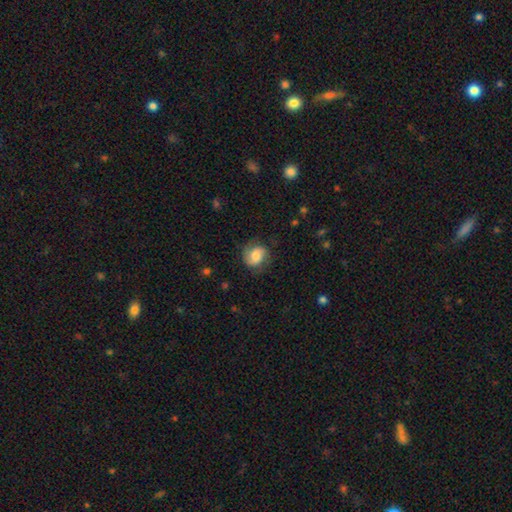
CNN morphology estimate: smooth-or-featured: smooth: 52% | featured or disk: 39% | star or artifact: 8%
  how-rounded: round: 67% | in between: 32% | cigar-shaped: 1%
  merging: none: 72% | minor disturbance: 19% | major disturbance: 8% | merger: 1%